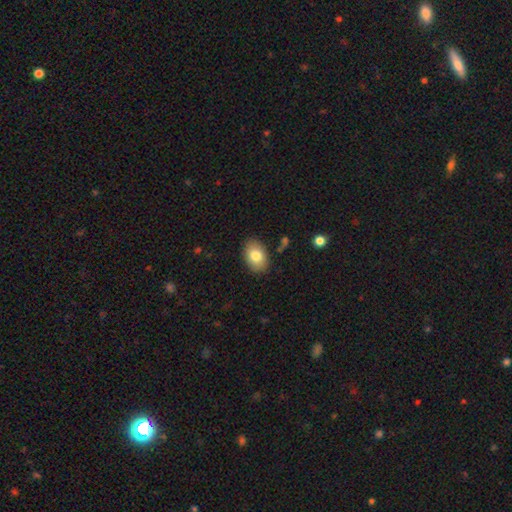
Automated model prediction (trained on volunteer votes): Overall: smooth (80%). How rounded: in between (83%). Merging: none (86%).